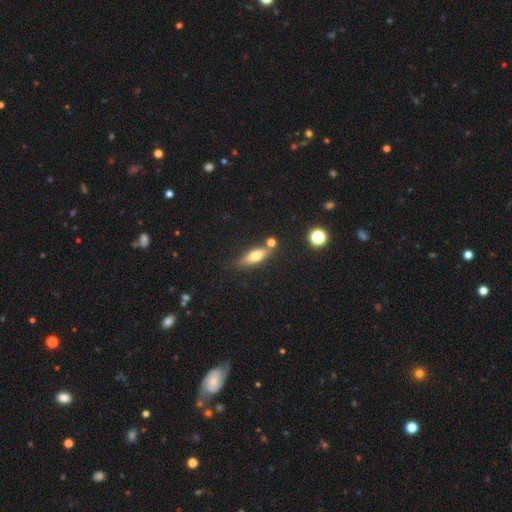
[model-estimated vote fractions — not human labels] A smooth galaxy with no disk features (65%) that is in between round and cigar-shaped (55%). Merging: none (69%).